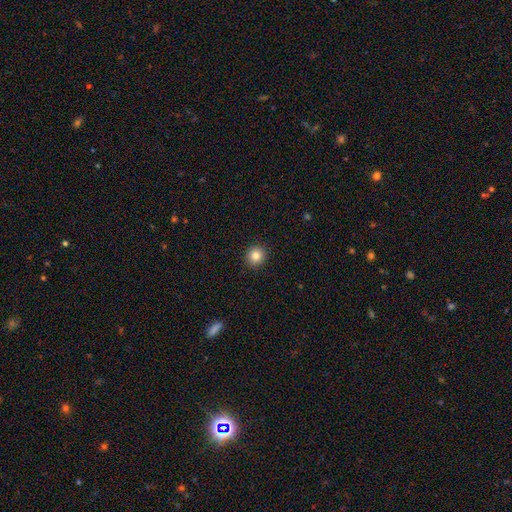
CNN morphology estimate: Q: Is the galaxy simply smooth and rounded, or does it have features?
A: smooth — 84%.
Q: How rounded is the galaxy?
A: round — 92%.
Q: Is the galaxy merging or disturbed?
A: none — 92%.